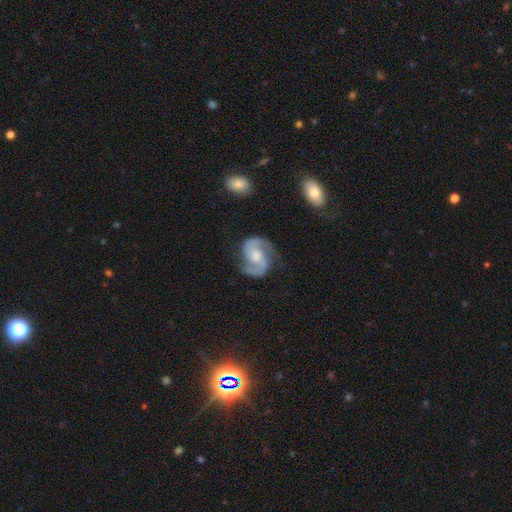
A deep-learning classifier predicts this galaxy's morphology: This appears to be a featured or disk galaxy (90%) with no bar (48%), 2 (94%) medium (61%) spiral arms (98%) and a moderate central bulge (48%). Merging: none (76%).